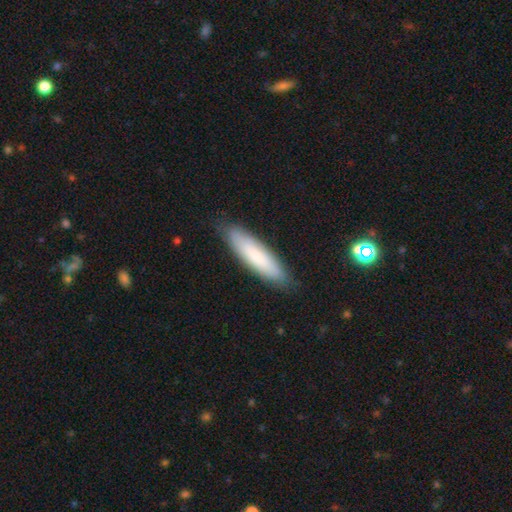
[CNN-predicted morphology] Overall: smooth (80%). How rounded: cigar-shaped (68%; in between 31%). Merging: none (86%).